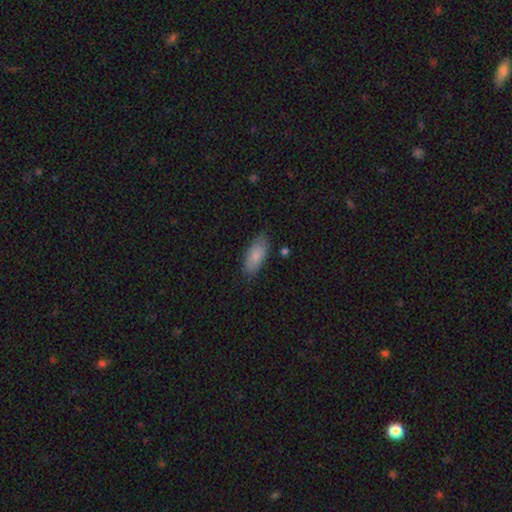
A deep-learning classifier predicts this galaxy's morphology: This is clearly a smooth galaxy (81%). How rounded: clearly in between (86%). Merging: likely none (78%).